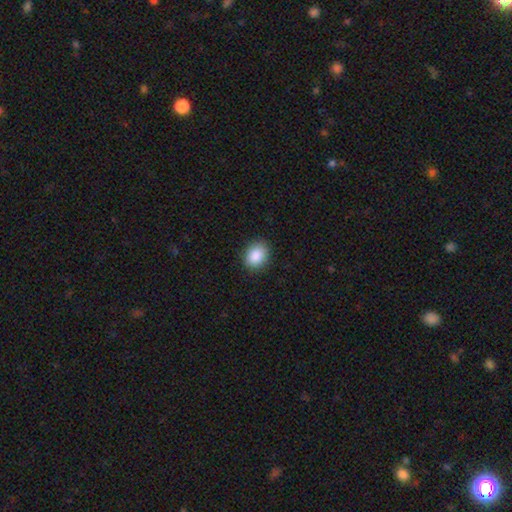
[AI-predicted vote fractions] Smooth or featured? smooth (89%)
How rounded? in between (58%)
Merging? none (88%)